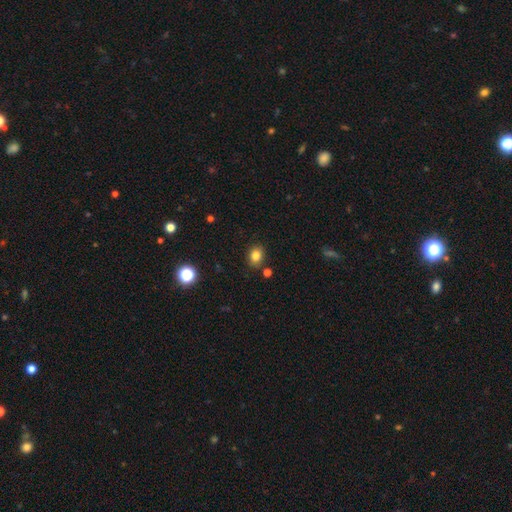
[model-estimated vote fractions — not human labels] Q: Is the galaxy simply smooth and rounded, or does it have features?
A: smooth — 82%.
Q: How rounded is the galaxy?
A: in between — 55%.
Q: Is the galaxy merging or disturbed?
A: none — 84%.